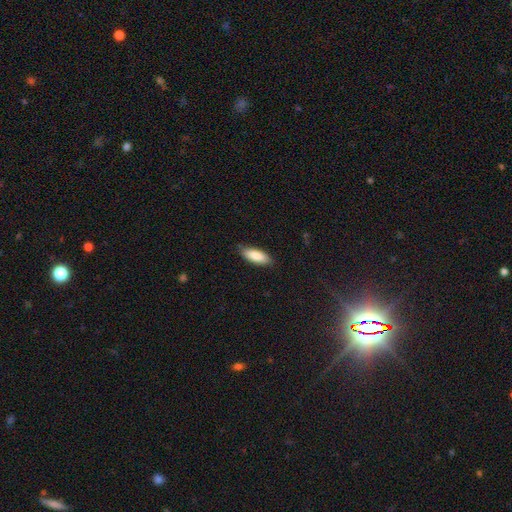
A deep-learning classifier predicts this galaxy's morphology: Smooth or featured? smooth (86%)
How rounded? in between (72%)
Merging? none (81%)